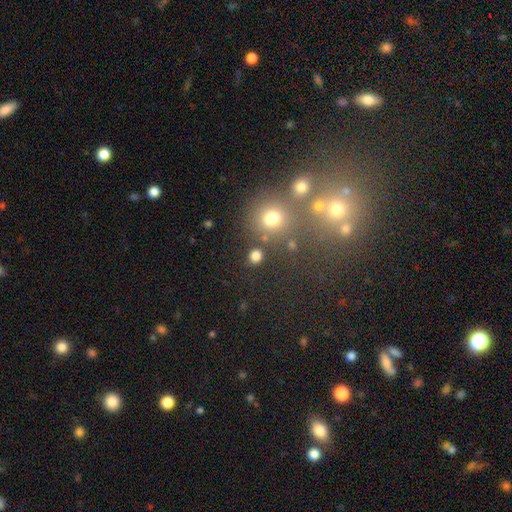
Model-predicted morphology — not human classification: Overall: smooth (79%). How rounded: round (80%). Merging: none (83%).